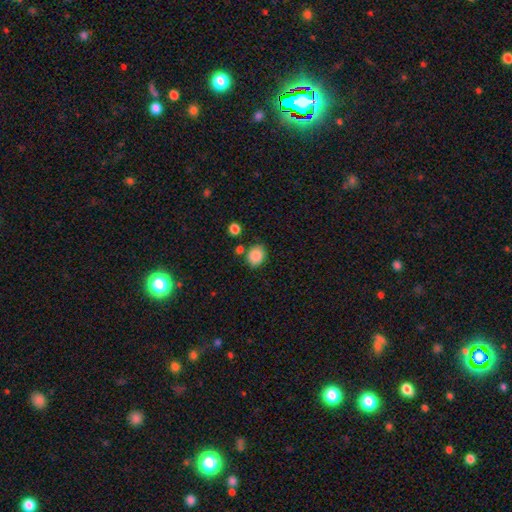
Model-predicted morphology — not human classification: type=smooth (87%); roundness=round (54%); merging=none (75%).